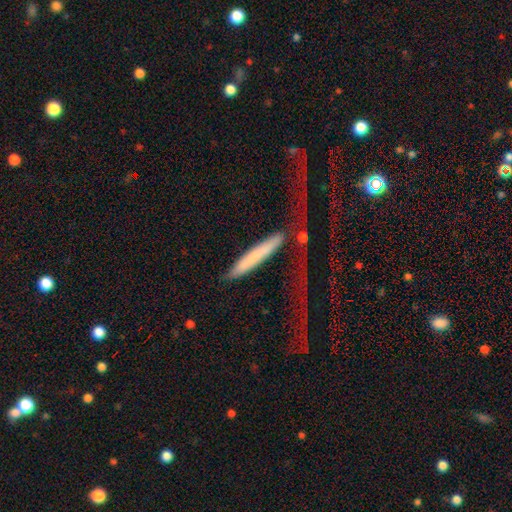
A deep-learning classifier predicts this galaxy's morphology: smooth-or-featured: smooth: 65% | featured or disk: 26% | star or artifact: 9%
  how-rounded: cigar-shaped: 92% | in between: 6% | round: 2%
  merging: none: 59% | minor disturbance: 17% | major disturbance: 14% | merger: 10%